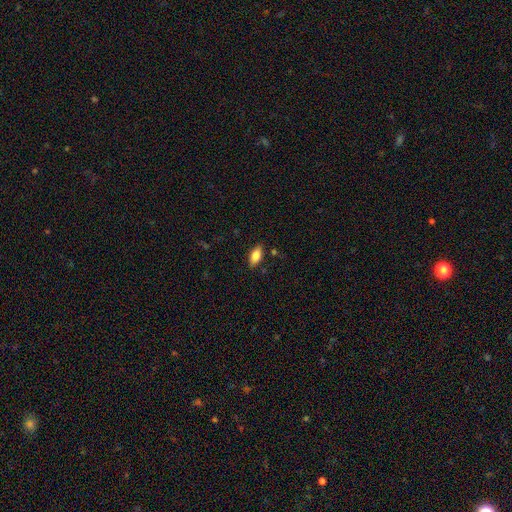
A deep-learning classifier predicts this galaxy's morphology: type=smooth (76%); roundness=in between (87%); merging=none (85%).